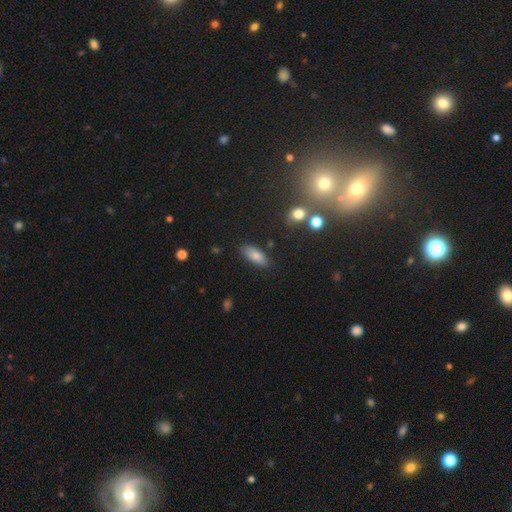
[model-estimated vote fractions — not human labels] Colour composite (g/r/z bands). It shows a smooth galaxy with no disk features (80%) that is in between round and cigar-shaped (79%). Merging: none (82%).